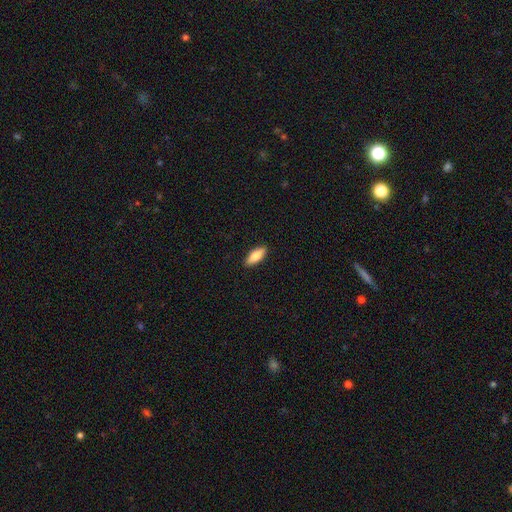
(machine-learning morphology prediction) Smooth or featured? smooth (78%)
How rounded? in between (74%)
Merging? none (90%)